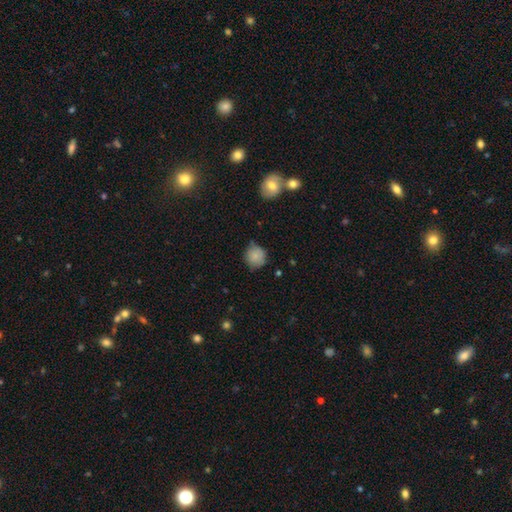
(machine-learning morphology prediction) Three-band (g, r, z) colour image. It shows a smooth galaxy with no disk features (84%) that is round (91%). Merging: none (71%).